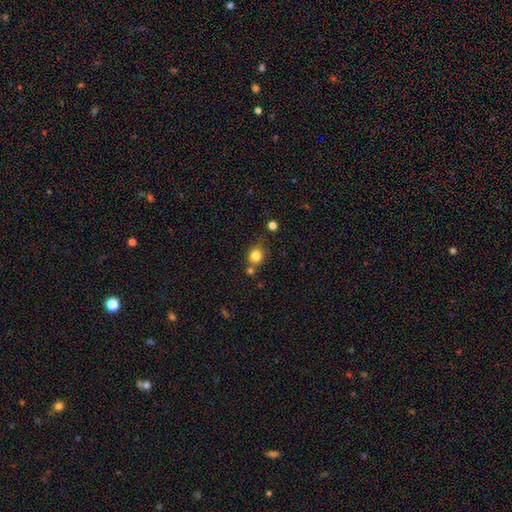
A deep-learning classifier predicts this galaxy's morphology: A smooth galaxy with no disk features (81%) that is round (79%).

Vote fractions:
- Smooth or featured? smooth: 81% / star or artifact: 12% / featured or disk: 7%
- How rounded? round: 79% / in between: 20% / cigar-shaped: 1%
- Merging? none: 68% / merger: 15% / minor disturbance: 13% / major disturbance: 4%